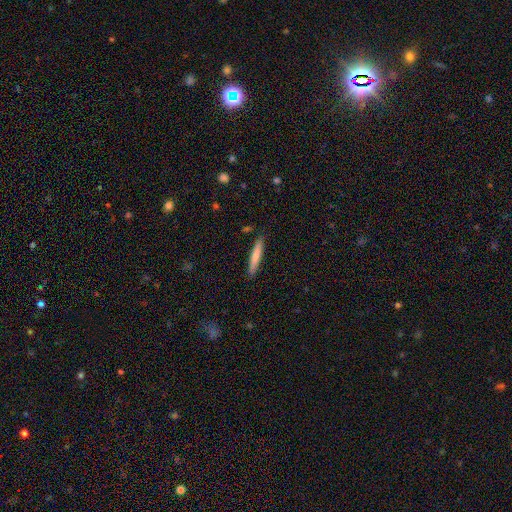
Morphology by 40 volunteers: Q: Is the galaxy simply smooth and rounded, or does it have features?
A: smooth — 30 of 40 (75%).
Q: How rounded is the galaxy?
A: cigar-shaped — 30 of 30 (100%).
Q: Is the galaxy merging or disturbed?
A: none — 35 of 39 (90%).